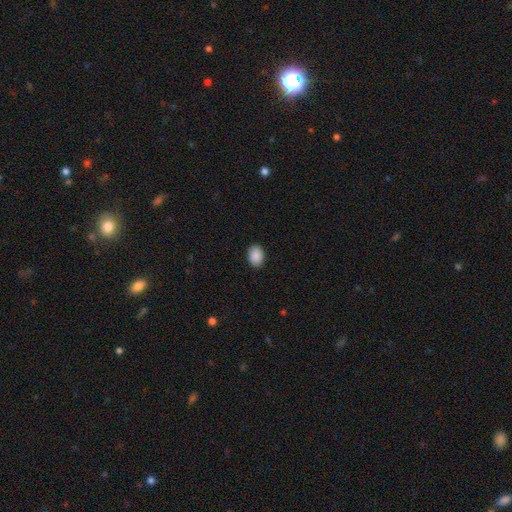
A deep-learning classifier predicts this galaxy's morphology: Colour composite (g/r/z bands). It shows a smooth galaxy with no disk features (90%) that is in between round and cigar-shaped (72%). Merging: none (89%).